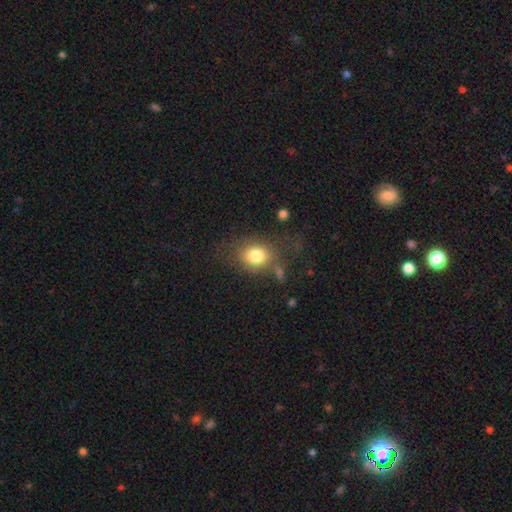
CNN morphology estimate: A smooth galaxy with no disk features (79%) that is round (56%). Merging: none (62%).